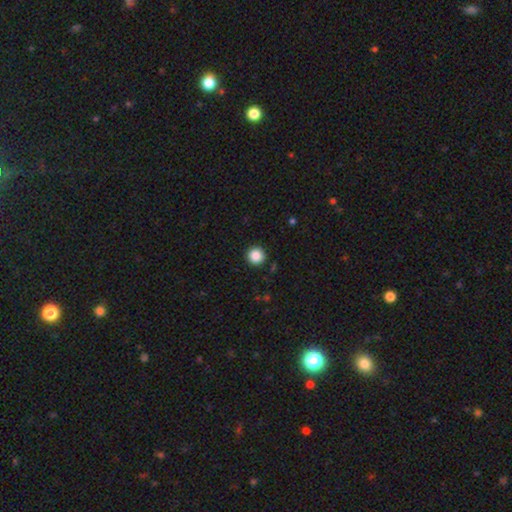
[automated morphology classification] Q: Smooth or featured?
A: smooth (87%); runner-up: star or artifact (10%)
Q: How rounded?
A: round (96%); runner-up: in between (3%)
Q: Merging?
A: none (92%); runner-up: minor disturbance (5%)